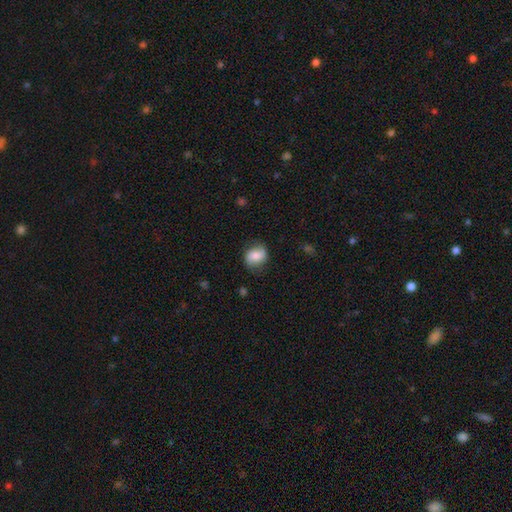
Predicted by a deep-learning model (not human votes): smooth 70%, featured or disk 22%, star or artifact 8%. Down the decision tree: how rounded — round (50%); merging — none (73%).